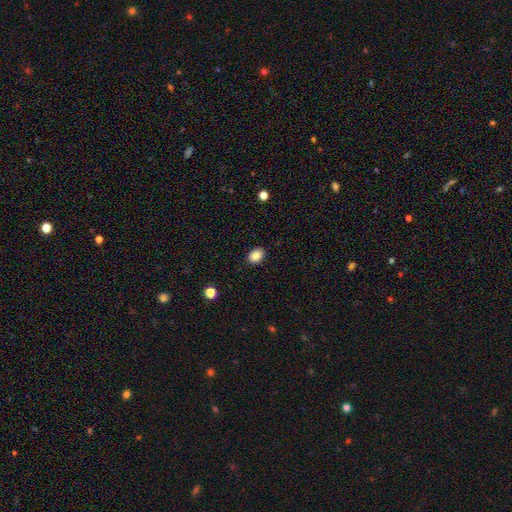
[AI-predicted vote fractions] The model was most divided on "how rounded": in between: 71%, round: 28%, cigar-shaped: 1%. More confident: merging — none (89%); smooth or featured — smooth (88%).